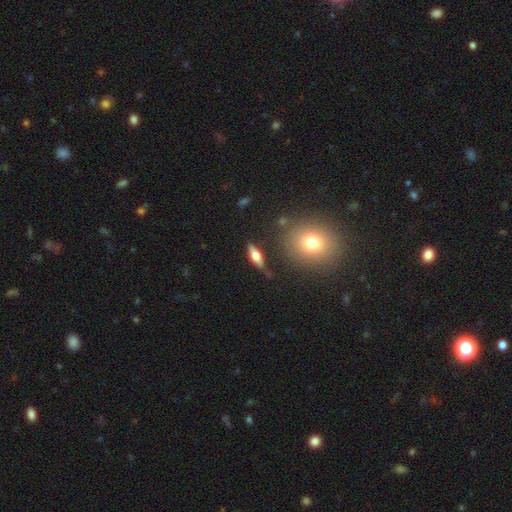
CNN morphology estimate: This appears to be a featured or disk galaxy (52%) viewed edge-on (91%). Merging: none (81%).